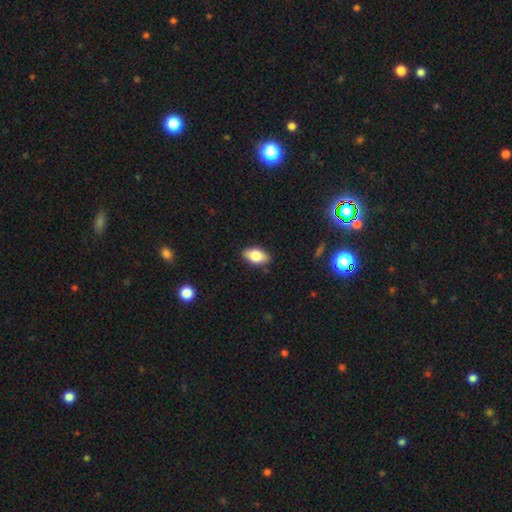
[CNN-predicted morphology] Q: Smooth or featured?
A: smooth (79%); runner-up: featured or disk (13%)
Q: How rounded?
A: in between (91%); runner-up: round (5%)
Q: Merging?
A: none (87%); runner-up: minor disturbance (10%)